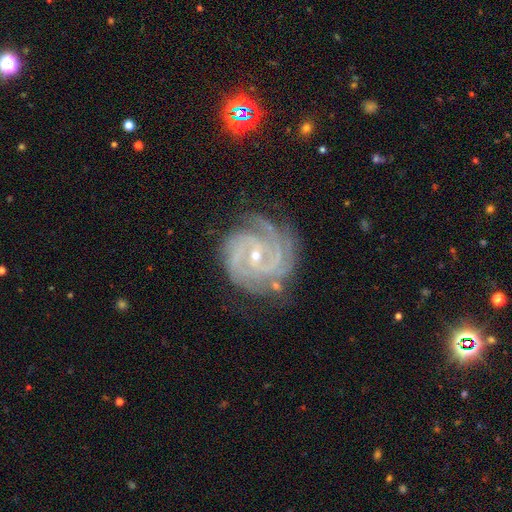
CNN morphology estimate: The model was most divided on "bar": no: 43%, weak: 40%, strong: 17%. Remaining: spiral arms — yes (99%); edge-on disk — no (98%); smooth or featured — featured or disk (92%); spiral winding — tight (73%); merging — none (73%); bulge size — small (71%); spiral arm count — 3 (33%).